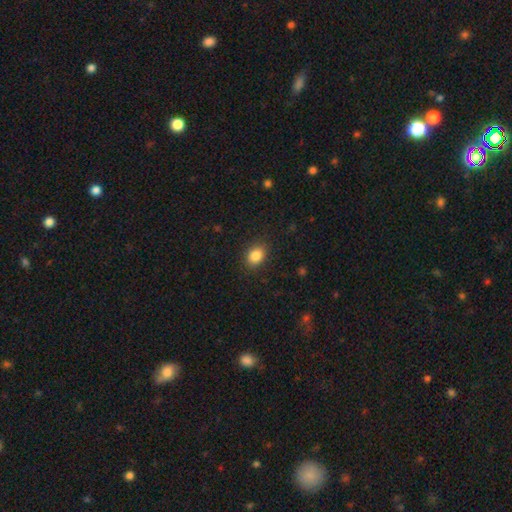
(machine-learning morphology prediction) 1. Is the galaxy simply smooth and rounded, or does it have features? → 85% smooth, 10% star or artifact, 5% featured or disk.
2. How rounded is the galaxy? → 65% in between, 34% round, 1% cigar-shaped.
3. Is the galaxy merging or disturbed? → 87% none, 9% minor disturbance, 3% major disturbance, 1% merger.